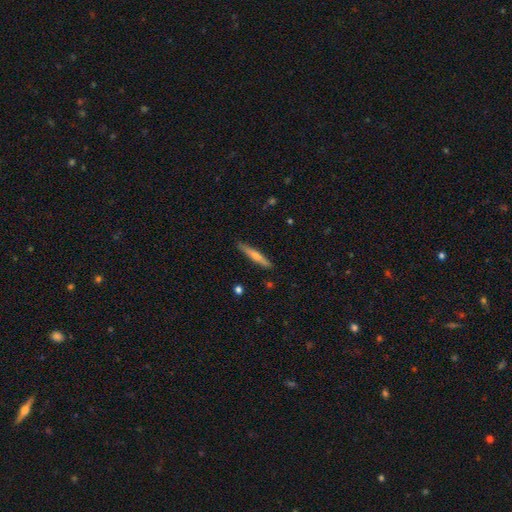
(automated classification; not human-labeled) smooth_or_featured: featured or disk (p=0.49) [alt: smooth p=0.44]
merging: none (p=0.89) [alt: minor disturbance p=0.08]